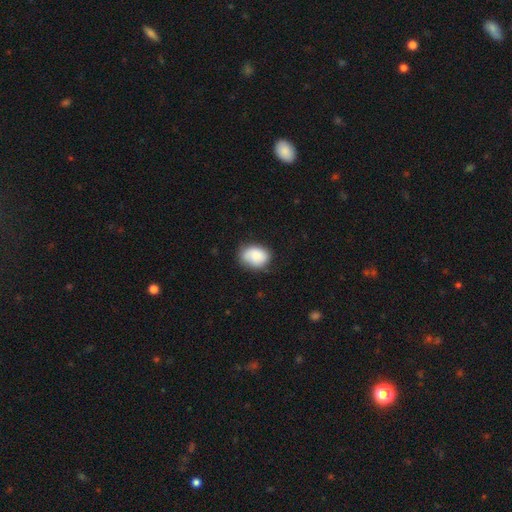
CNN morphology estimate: A smooth galaxy with no disk features (84%) that is in between round and cigar-shaped (70%). Merging: none (67%).